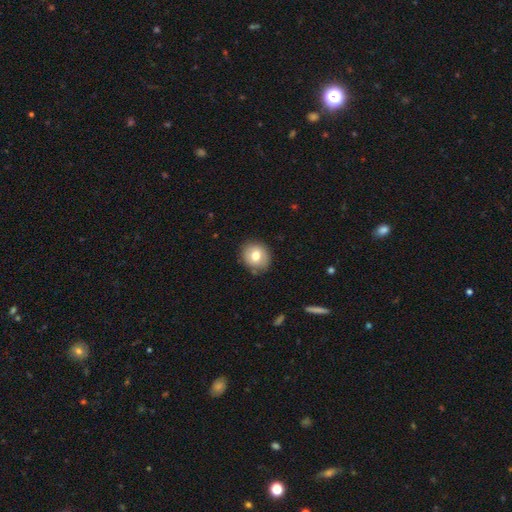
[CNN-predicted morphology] Smooth or featured? Predicted: smooth (p=0.72). How rounded? Predicted: round (p=0.76). Merging? Predicted: none (p=0.84).